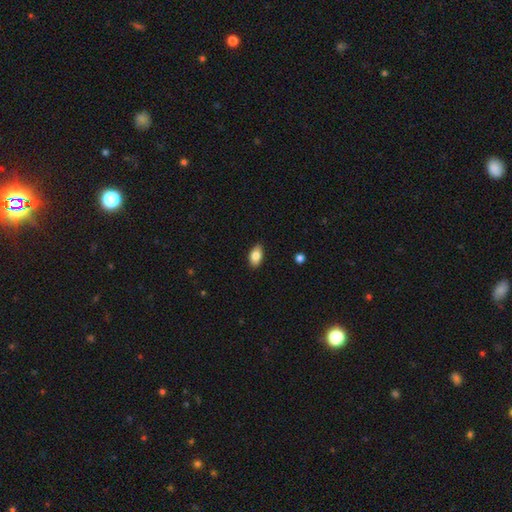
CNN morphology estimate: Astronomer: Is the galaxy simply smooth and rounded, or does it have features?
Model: smooth — 84%.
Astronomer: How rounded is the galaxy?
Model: in between — 92%.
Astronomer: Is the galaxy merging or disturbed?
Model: none — 87%.